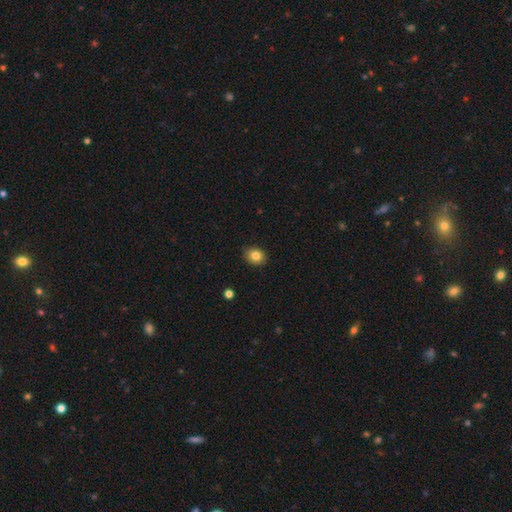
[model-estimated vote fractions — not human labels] A smooth galaxy with no disk features (82%) that is round (64%). Merging: none (86%).